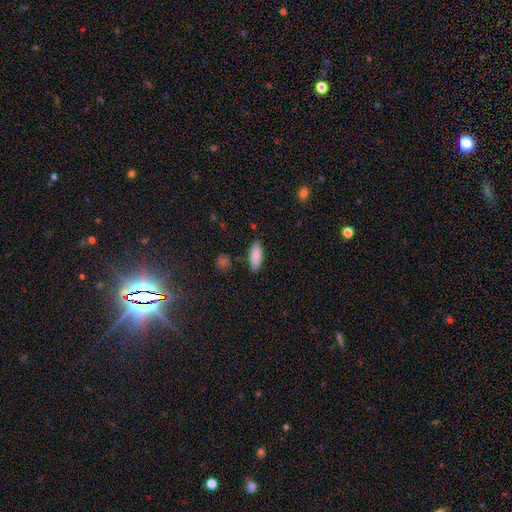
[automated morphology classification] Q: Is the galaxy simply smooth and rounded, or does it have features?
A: smooth — 87%.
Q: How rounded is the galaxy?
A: in between — 75%.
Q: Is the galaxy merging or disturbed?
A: none — 83%.